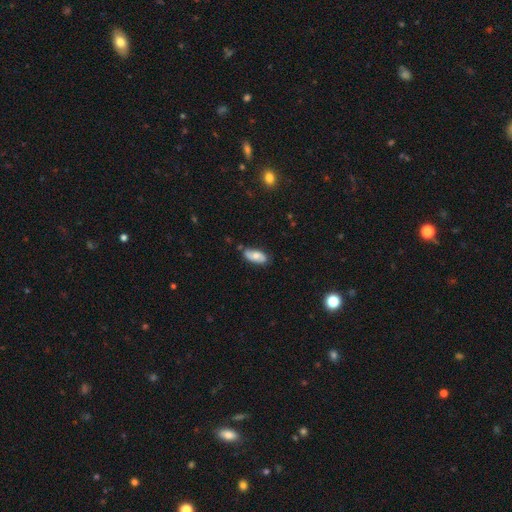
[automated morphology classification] Q: Smooth or featured?
A: smooth (56%); runner-up: featured or disk (37%)
Q: How rounded?
A: in between (89%); runner-up: cigar-shaped (8%)
Q: Merging?
A: none (72%); runner-up: minor disturbance (22%)